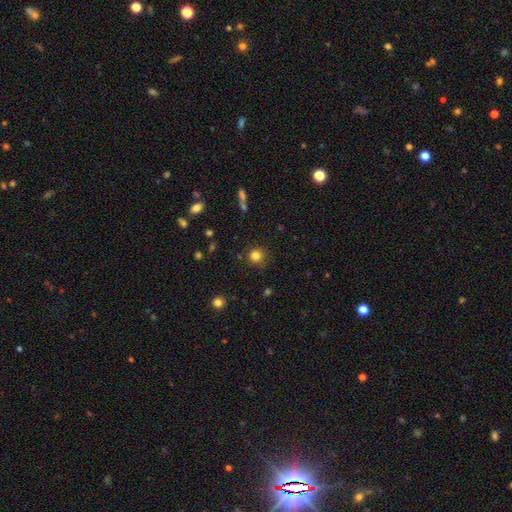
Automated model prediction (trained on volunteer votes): A smooth galaxy with no disk features (82%) that is round (93%). Merging: none (86%).